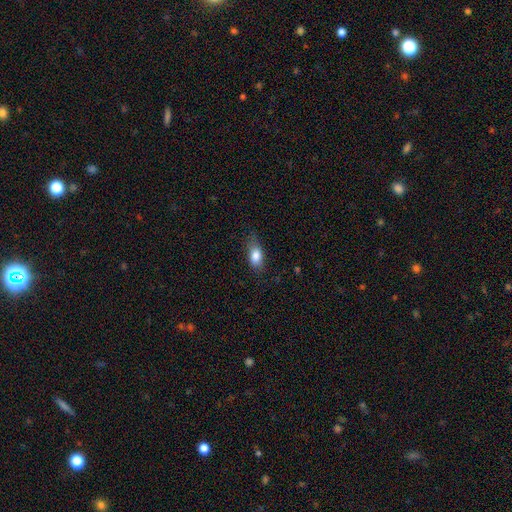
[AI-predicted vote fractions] Morphology: type=smooth (84%); roundness=in between (84%); merging=none (64%).